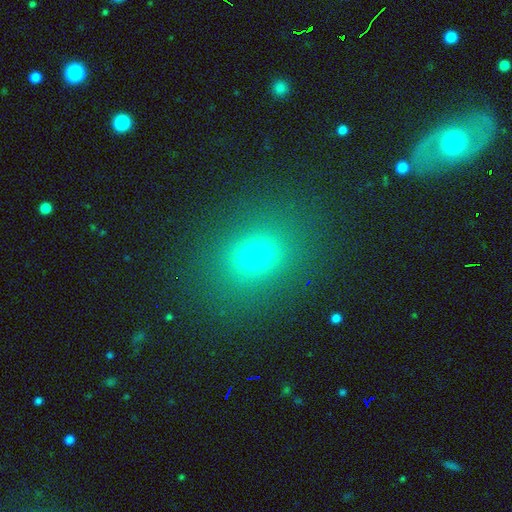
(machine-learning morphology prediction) type=smooth (68%); roundness=round (51%); merging=none (86%).